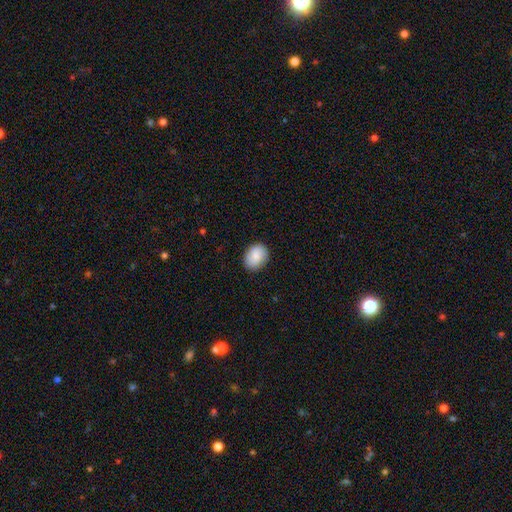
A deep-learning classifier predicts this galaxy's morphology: Smooth or featured? smooth (84%)
How rounded? in between (64%)
Merging? none (87%)